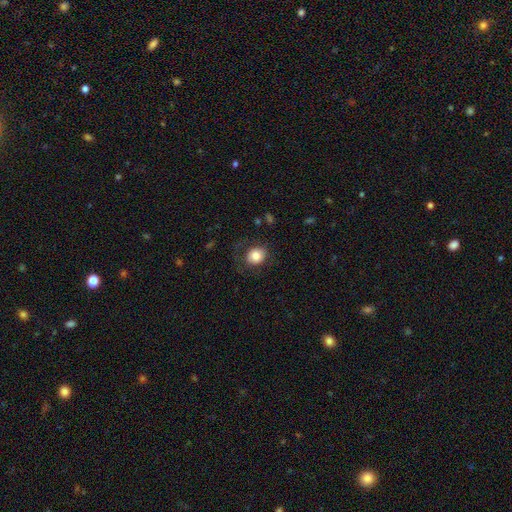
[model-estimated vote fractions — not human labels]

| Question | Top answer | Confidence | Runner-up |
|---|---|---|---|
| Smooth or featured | smooth | 82% | featured or disk (9%) |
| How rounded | round | 69% | in between (30%) |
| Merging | none | 70% | minor disturbance (17%) |